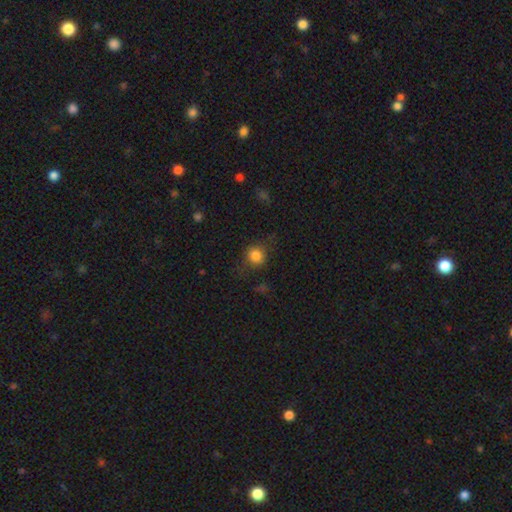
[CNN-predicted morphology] Smooth or featured?
  - smooth: 80% *
  - star or artifact: 12%
  - featured or disk: 8%
How rounded?
  - round: 82% *
  - in between: 16%
  - cigar-shaped: 1%
Merging?
  - none: 73% *
  - minor disturbance: 17%
  - major disturbance: 8%
  - merger: 2%